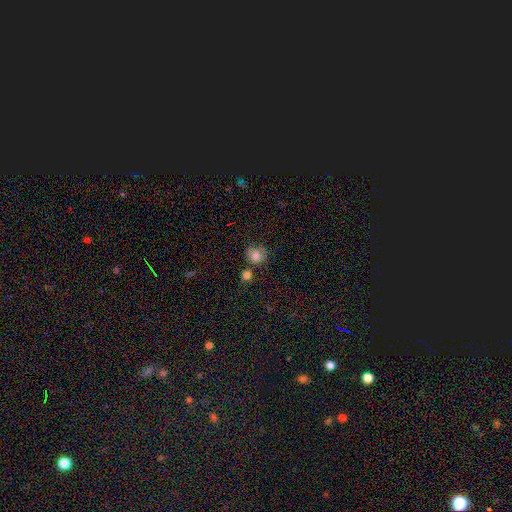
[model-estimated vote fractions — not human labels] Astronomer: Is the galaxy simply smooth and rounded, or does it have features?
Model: smooth — 78%.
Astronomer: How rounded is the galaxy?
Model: round — 85%.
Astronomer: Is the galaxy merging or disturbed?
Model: none — 60%.